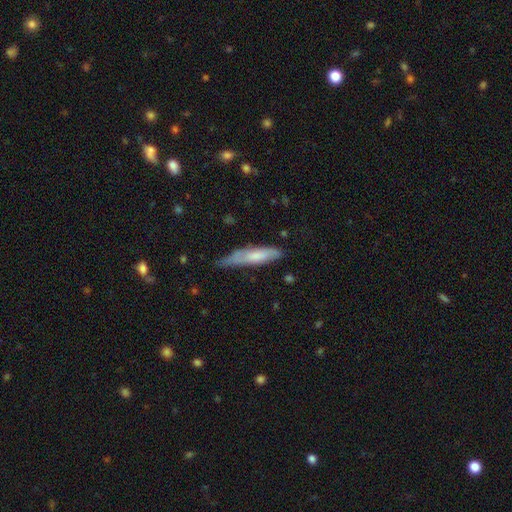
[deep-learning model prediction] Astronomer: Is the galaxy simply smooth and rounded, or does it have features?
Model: smooth — 63%.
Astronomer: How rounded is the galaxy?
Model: cigar-shaped — 79%.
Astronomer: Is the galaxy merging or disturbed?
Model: none — 51% (runner-up: minor disturbance, 37%).